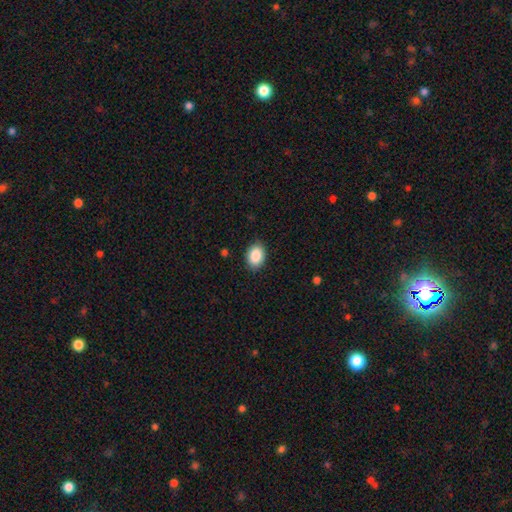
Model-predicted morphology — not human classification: smooth-or-featured: smooth: 88% | star or artifact: 7% | featured or disk: 5%
  how-rounded: in between: 77% | round: 22% | cigar-shaped: 1%
  merging: none: 88% | minor disturbance: 9% | major disturbance: 2% | merger: 1%